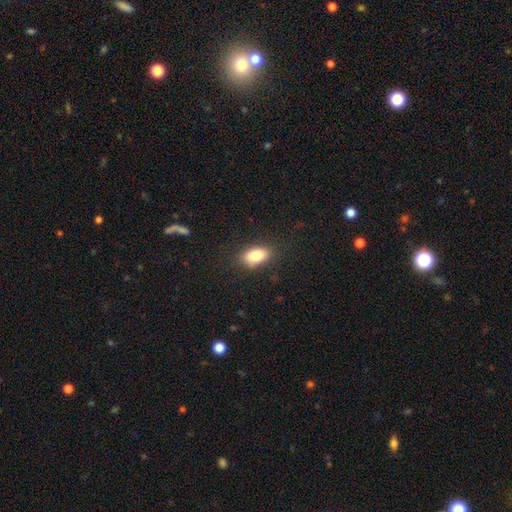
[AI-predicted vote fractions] This appears to be a smooth galaxy with no disk features (83%) that is in between round and cigar-shaped (89%). Merging: none (82%).